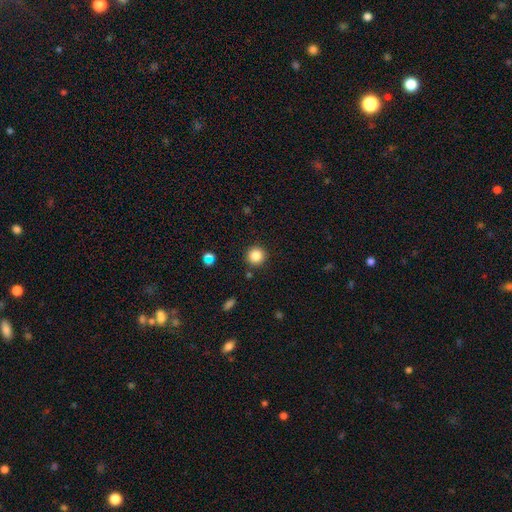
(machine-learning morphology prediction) This appears to be a smooth galaxy with no disk features (86%) that is round (94%). Merging: none (89%).